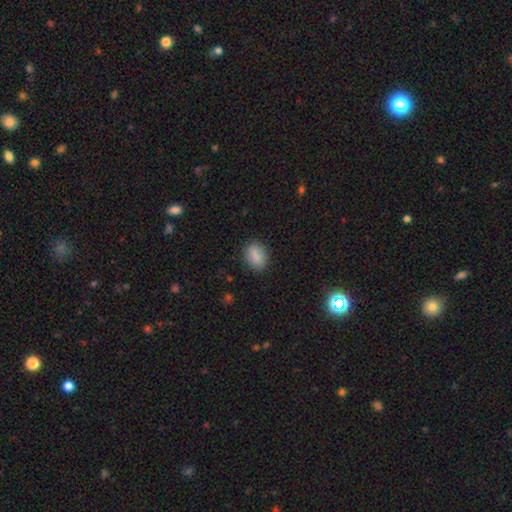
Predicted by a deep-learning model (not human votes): Smooth or featured? smooth (86%)
How rounded? in between (69%)
Merging? none (85%)